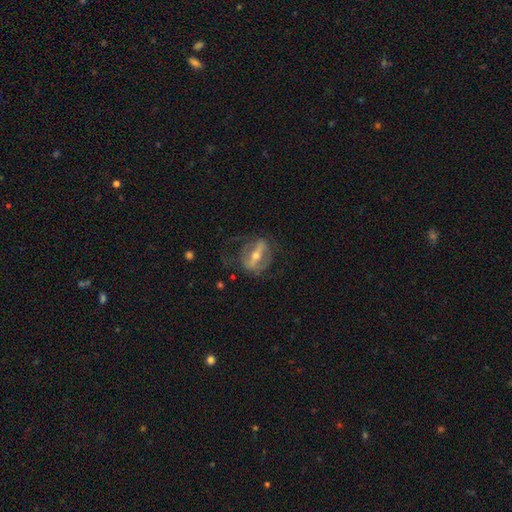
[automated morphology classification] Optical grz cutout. It shows a featured or disk galaxy (76%) with a strong bar (72%), no spiral arms (50%, tied with yes) and a moderate central bulge (58%). Merging: none (58%).